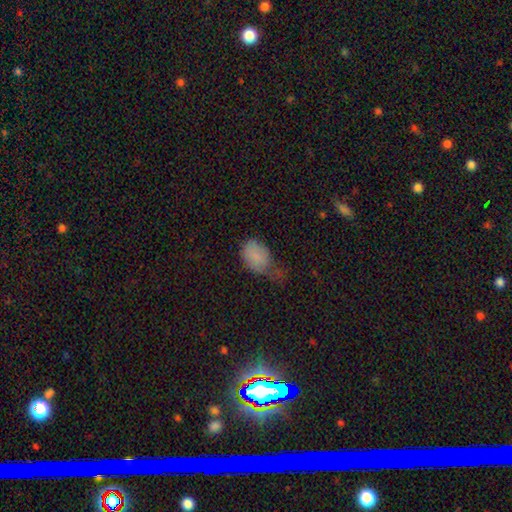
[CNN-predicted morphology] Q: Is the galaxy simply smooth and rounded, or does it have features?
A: smooth — 79%.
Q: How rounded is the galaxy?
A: in between — 81%.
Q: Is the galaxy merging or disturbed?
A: major disturbance — 42%.